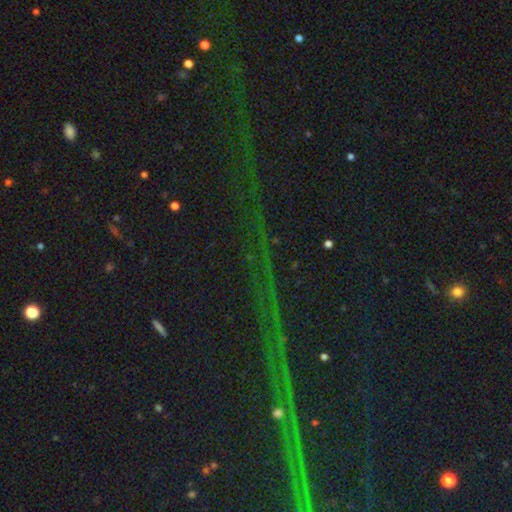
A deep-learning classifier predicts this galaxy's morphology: star or artifact 83%, featured or disk 8%, smooth 8%.